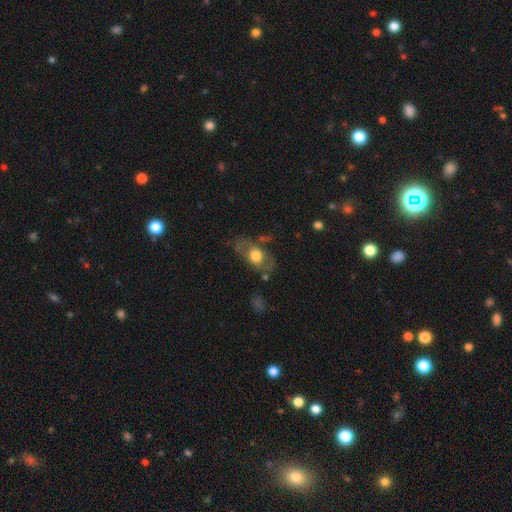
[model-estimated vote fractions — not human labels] Smooth or featured?
  - smooth: 55% *
  - featured or disk: 38%
  - star or artifact: 7%
How rounded?
  - in between: 77% *
  - round: 19%
  - cigar-shaped: 4%
Merging?
  - none: 63% *
  - minor disturbance: 20%
  - major disturbance: 10%
  - merger: 6%